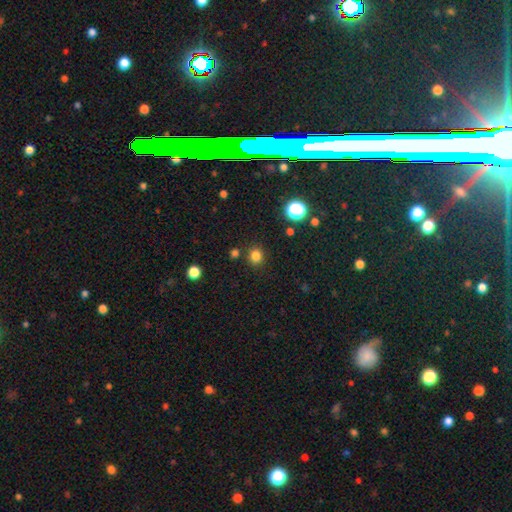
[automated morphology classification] This is clearly a smooth galaxy (81%). How rounded: clearly round (82%). Merging: clearly none (85%).